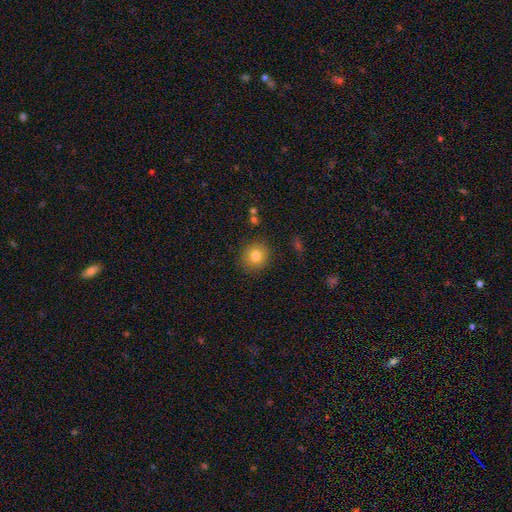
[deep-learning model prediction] smooth 80%, star or artifact 11%, featured or disk 10%. Down the decision tree: how rounded — round (86%); merging — none (88%).